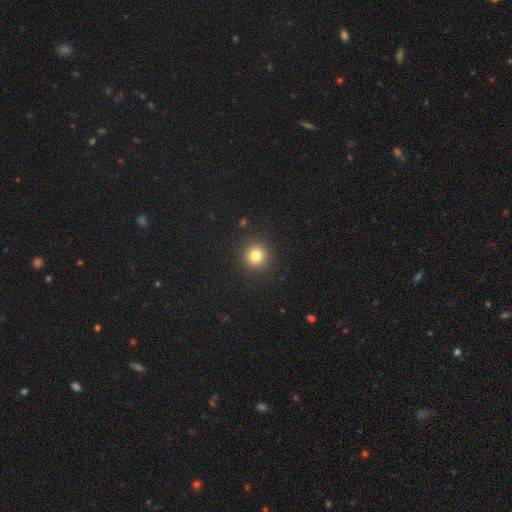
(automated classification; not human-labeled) Smooth or featured? smooth (80%)
How rounded? round (94%)
Merging? none (92%)